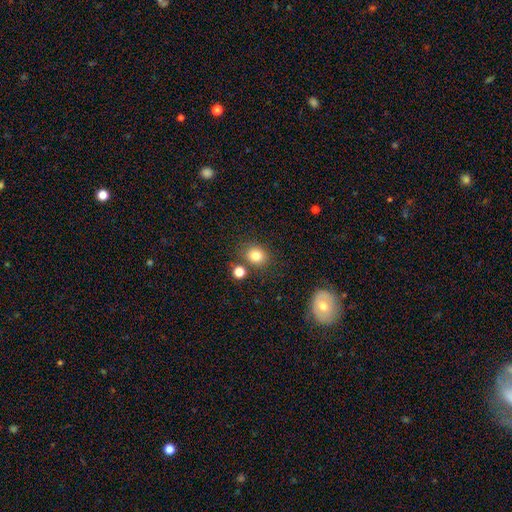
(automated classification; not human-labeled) The model was most divided on "how rounded": round: 69%, in between: 30%, cigar-shaped: 1%. More confident: smooth or featured — smooth (81%); merging — none (77%).